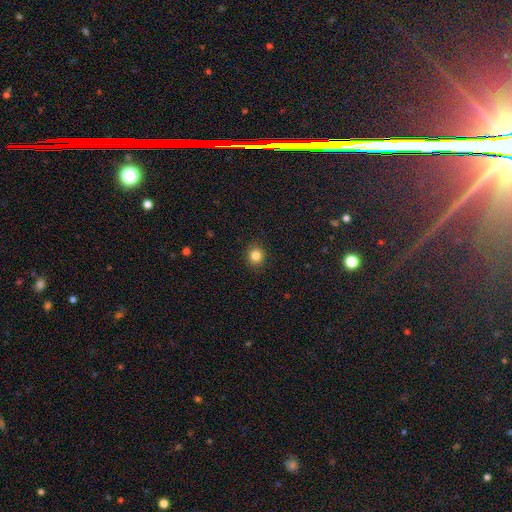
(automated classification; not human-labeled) A smooth galaxy with no disk features (84%) that is round (86%).

Vote fractions:
- Smooth or featured? smooth: 84% / star or artifact: 11% / featured or disk: 5%
- How rounded? round: 86% / in between: 13% / cigar-shaped: 1%
- Merging? none: 91% / minor disturbance: 6% / major disturbance: 2% / merger: 1%